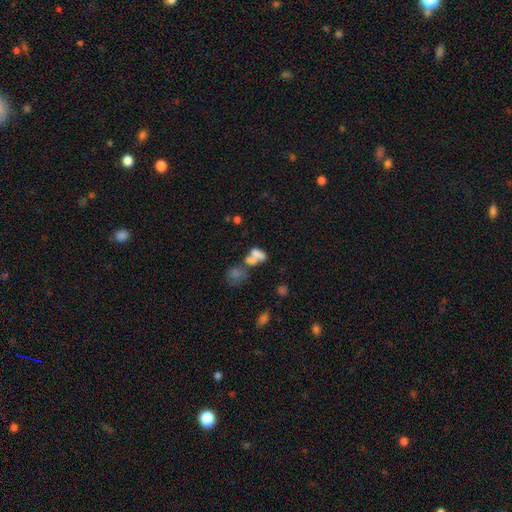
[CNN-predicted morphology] A smooth galaxy with no disk features (62%) that is in between round and cigar-shaped (77%).

Vote fractions:
- Smooth or featured? smooth: 62% / featured or disk: 24% / star or artifact: 14%
- How rounded? in between: 77% / round: 17% / cigar-shaped: 6%
- Merging? merger: 59% / none: 19% / major disturbance: 13% / minor disturbance: 9%